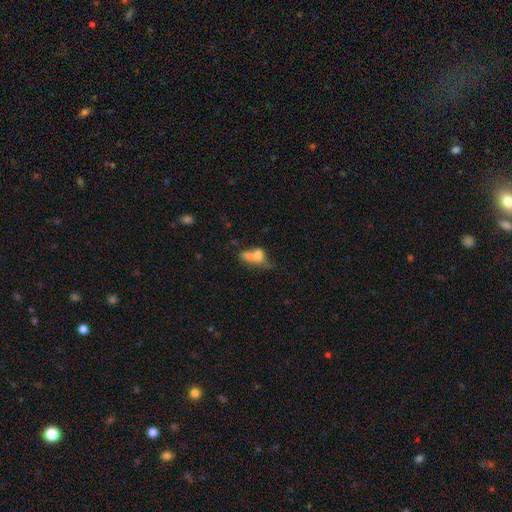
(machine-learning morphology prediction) Smooth or featured?
  - smooth: 57% *
  - featured or disk: 30%
  - star or artifact: 13%
How rounded?
  - in between: 66% *
  - cigar-shaped: 18%
  - round: 15%
Merging?
  - merger: 35% *
  - none: 25%
  - major disturbance: 24%
  - minor disturbance: 17%